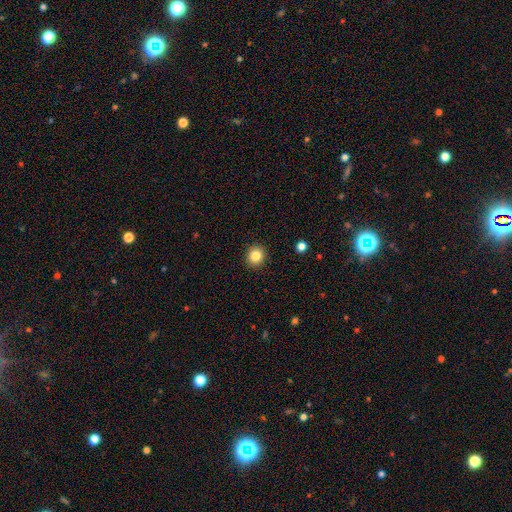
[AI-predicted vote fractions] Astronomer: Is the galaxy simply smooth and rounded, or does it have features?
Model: smooth — 84%.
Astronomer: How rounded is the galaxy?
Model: round — 88%.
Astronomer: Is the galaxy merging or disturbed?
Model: none — 92%.